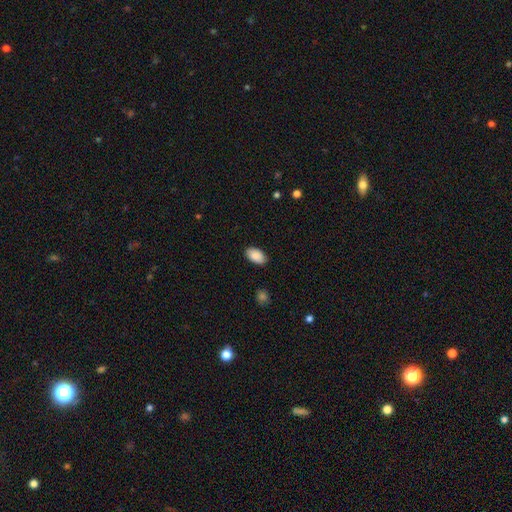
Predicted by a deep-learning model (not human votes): Morphology: type=smooth (90%); roundness=in between (94%); merging=none (88%).